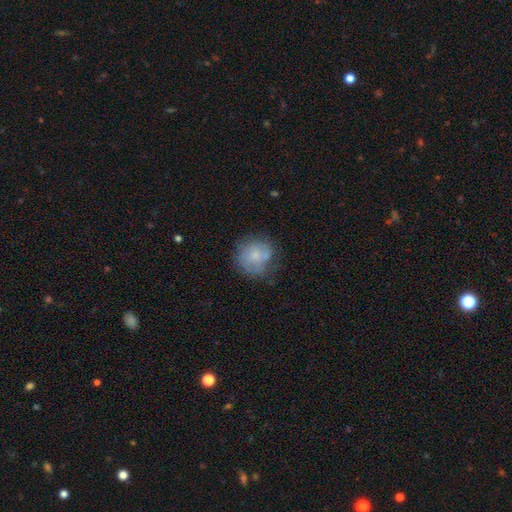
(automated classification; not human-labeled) The model was most divided on "merging": none: 56%, minor disturbance: 24%, major disturbance: 11%, merger: 9%. More confident: how rounded — round (85%); smooth or featured — smooth (63%).